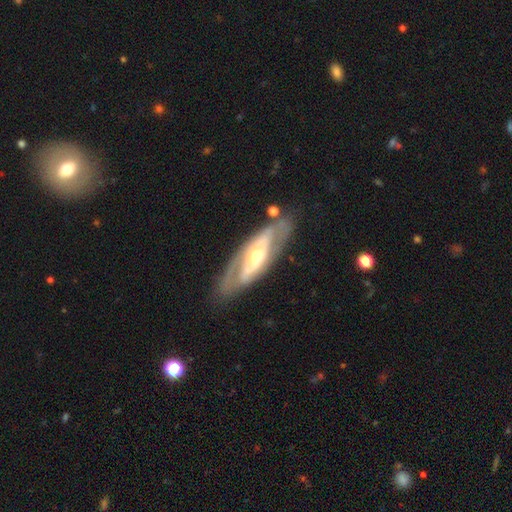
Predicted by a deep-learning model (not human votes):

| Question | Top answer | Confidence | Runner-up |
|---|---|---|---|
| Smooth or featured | featured or disk | 77% | smooth (19%) |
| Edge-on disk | no | 81% | yes (19%) |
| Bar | no | 47% | weak (28%) |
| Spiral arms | yes | 64% | no (36%) |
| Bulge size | moderate | 60% | small (32%) |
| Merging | none | 76% | minor disturbance (15%) |